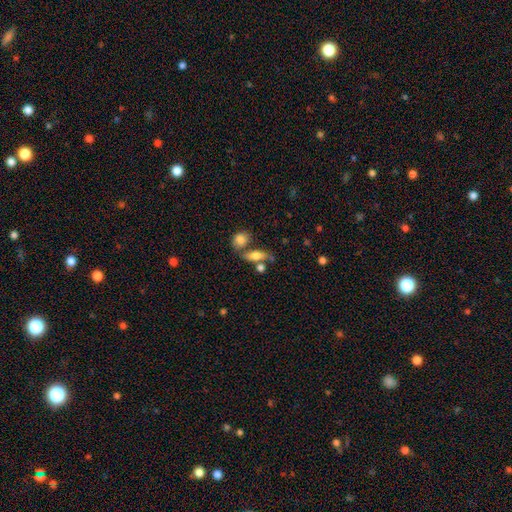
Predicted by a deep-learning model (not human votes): Morphology: type=smooth (60%); roundness=in between (56%); merging=none (55%).